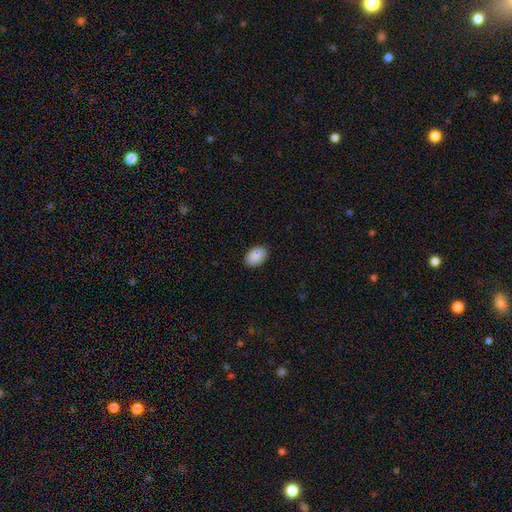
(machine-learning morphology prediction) smooth-or-featured: smooth: 89% | star or artifact: 6% | featured or disk: 5%
  how-rounded: in between: 89% | round: 10% | cigar-shaped: 1%
  merging: none: 87% | minor disturbance: 10% | major disturbance: 2% | merger: 1%